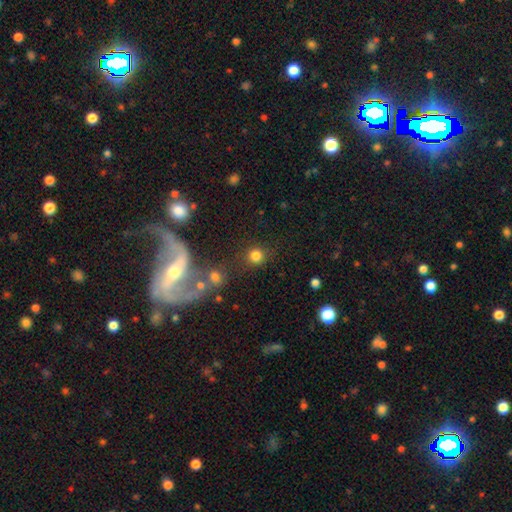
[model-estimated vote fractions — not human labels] smooth 81%, star or artifact 13%, featured or disk 6%. Down the decision tree: how rounded — round (91%); merging — none (76%).